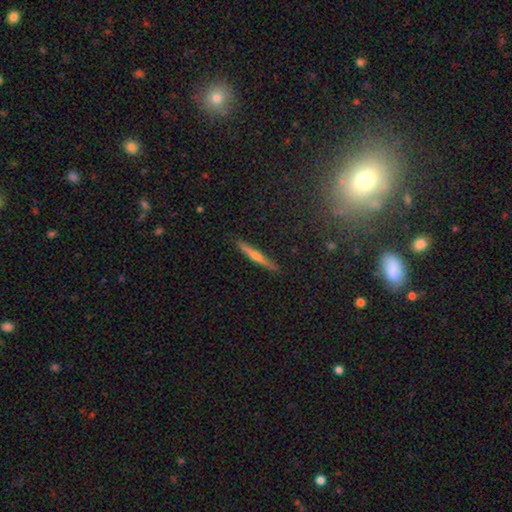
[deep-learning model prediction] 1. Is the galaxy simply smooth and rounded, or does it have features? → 56% featured or disk, 36% smooth, 8% star or artifact.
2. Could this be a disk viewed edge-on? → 97% yes, 3% no.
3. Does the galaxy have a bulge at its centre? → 71% rounded, 24% none, 5% boxy.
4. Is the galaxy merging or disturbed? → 90% none, 7% minor disturbance, 1% major disturbance, 1% merger.